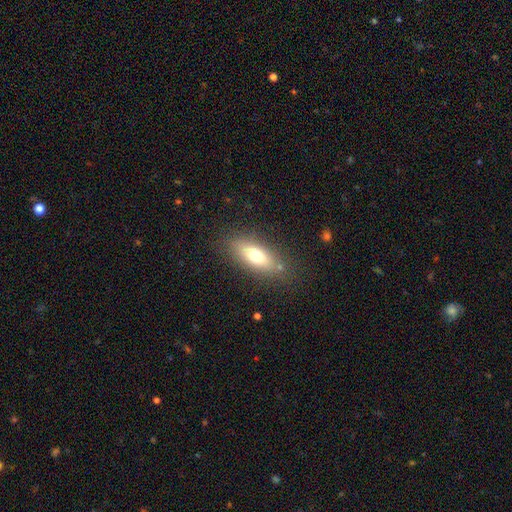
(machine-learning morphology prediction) Smooth or featured? Predicted: smooth (p=0.69). How rounded? Predicted: in between (p=0.73). Merging? Predicted: none (p=0.81).